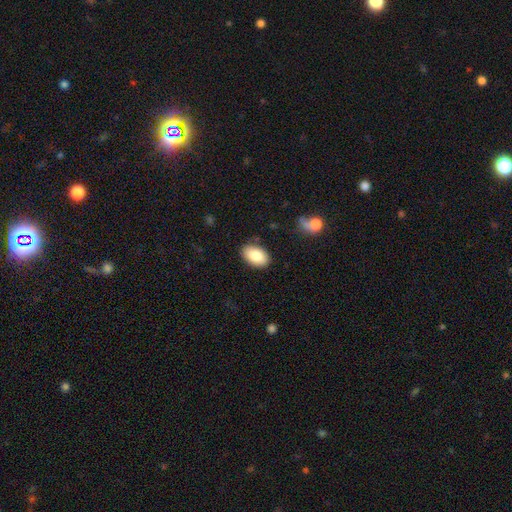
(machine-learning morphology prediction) Smooth or featured? Predicted: smooth (p=0.84). How rounded? Predicted: in between (p=0.92). Merging? Predicted: none (p=0.86).